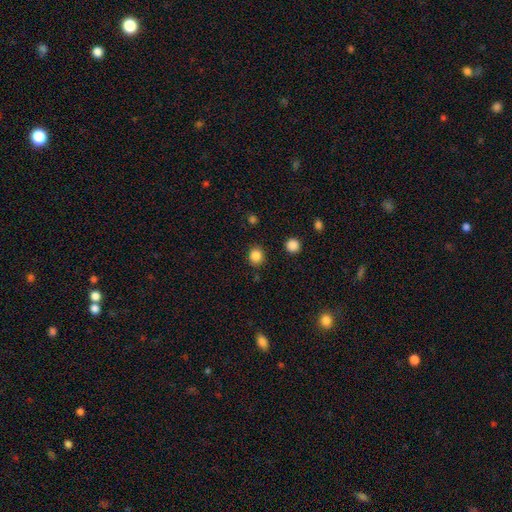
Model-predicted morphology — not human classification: type=smooth (86%); roundness=round (85%); merging=none (88%).